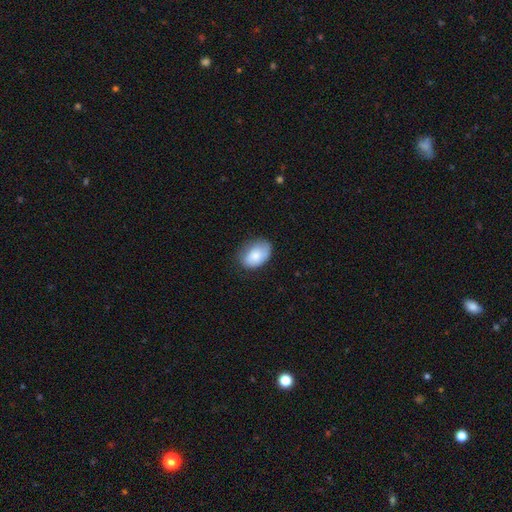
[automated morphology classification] A smooth galaxy with no disk features (81%) that is in between round and cigar-shaped (84%). Merging: none (69%).